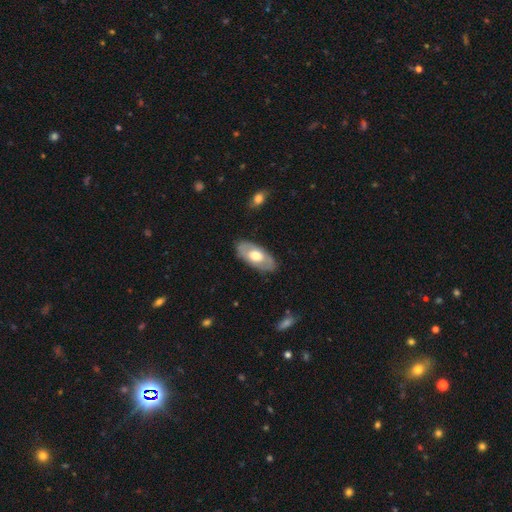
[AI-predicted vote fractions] Overall: smooth (49%; featured or disk 46%). Merging: none (84%).